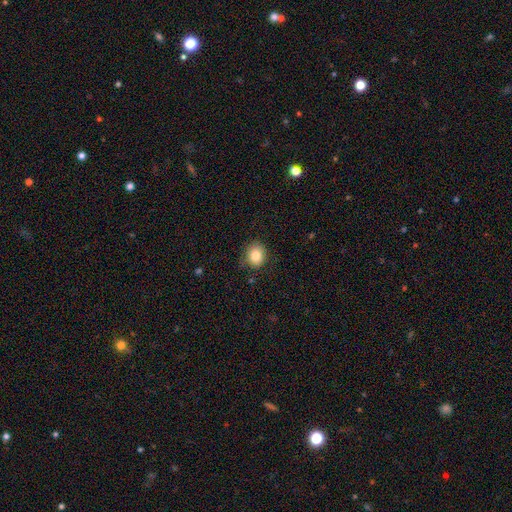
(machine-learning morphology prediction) Smooth or featured?
  - smooth: 84% *
  - star or artifact: 9%
  - featured or disk: 7%
How rounded?
  - round: 59% *
  - in between: 40%
  - cigar-shaped: 1%
Merging?
  - none: 81% *
  - minor disturbance: 15%
  - major disturbance: 3%
  - merger: 1%